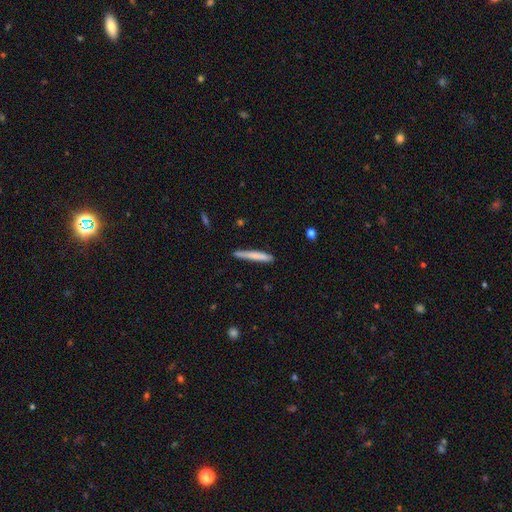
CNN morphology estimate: Q: Smooth or featured?
A: smooth (71%); runner-up: featured or disk (23%)
Q: How rounded?
A: cigar-shaped (96%); runner-up: in between (3%)
Q: Merging?
A: none (79%); runner-up: minor disturbance (16%)